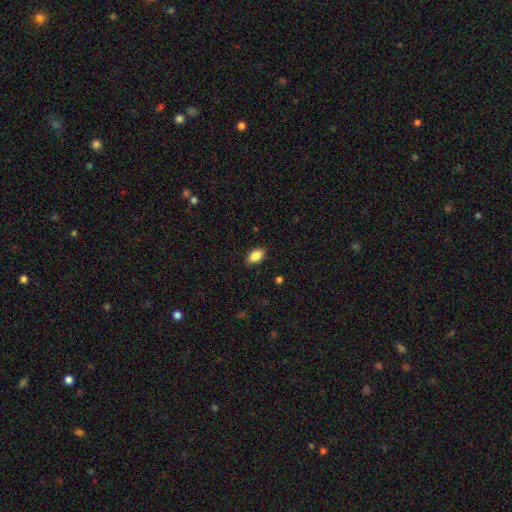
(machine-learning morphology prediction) smooth 87%, star or artifact 8%, featured or disk 6%. Down the decision tree: how rounded — in between (91%); merging — none (88%).